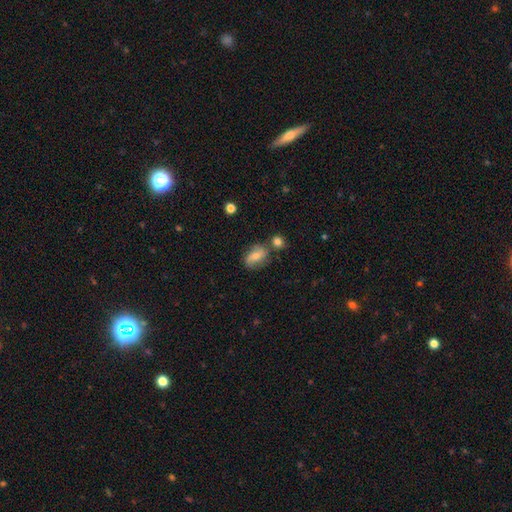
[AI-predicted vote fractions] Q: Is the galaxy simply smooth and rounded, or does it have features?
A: smooth — 48%.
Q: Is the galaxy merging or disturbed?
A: none — 64%.